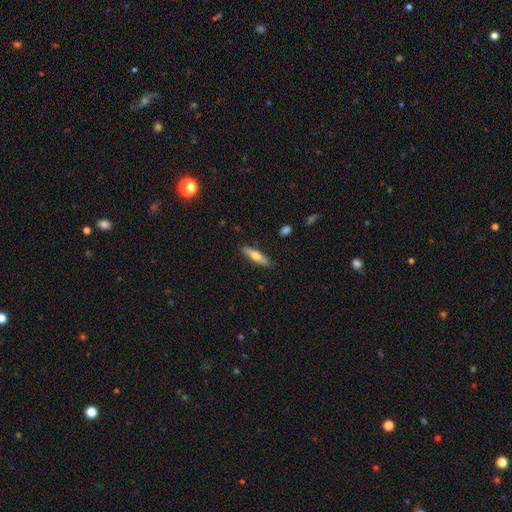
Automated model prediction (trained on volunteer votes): This appears to be a smooth galaxy with no disk features (55%) that is cigar-shaped (76%). Merging: none (86%).